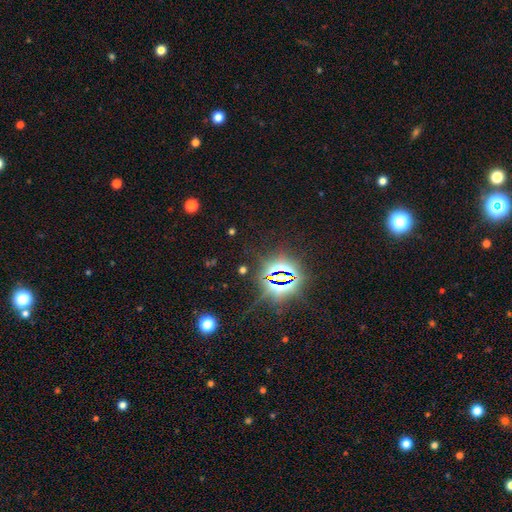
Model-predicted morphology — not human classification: A star or artifact, not a galaxy (83%).

Vote fractions:
- Smooth or featured? star or artifact: 83% / smooth: 10% / featured or disk: 7%